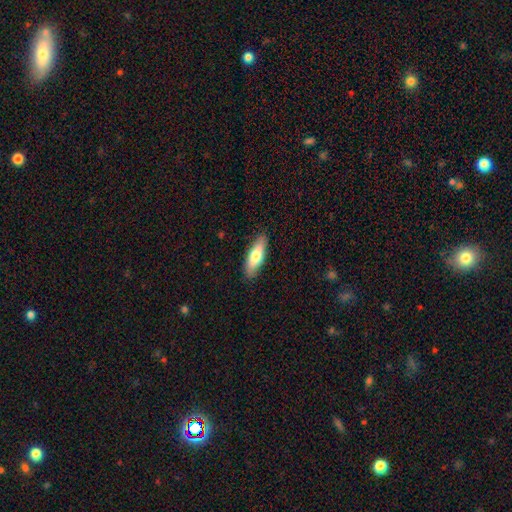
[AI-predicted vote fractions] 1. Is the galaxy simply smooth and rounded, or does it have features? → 71% smooth, 24% featured or disk, 6% star or artifact.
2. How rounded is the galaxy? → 55% in between, 43% cigar-shaped, 2% round.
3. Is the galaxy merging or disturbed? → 87% none, 10% minor disturbance, 2% major disturbance, 1% merger.